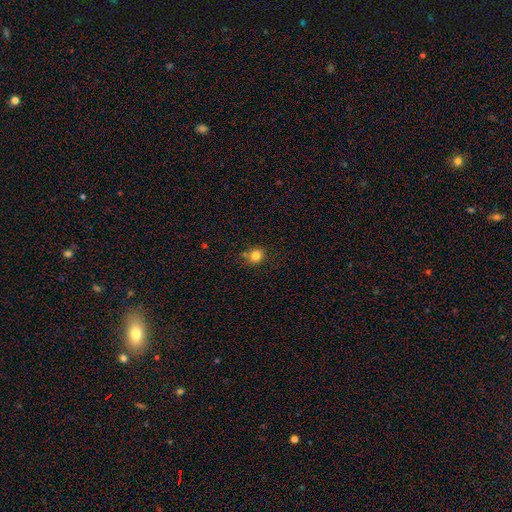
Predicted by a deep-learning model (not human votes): This appears to be a smooth galaxy with no disk features (82%) that is round (76%). Merging: none (73%).